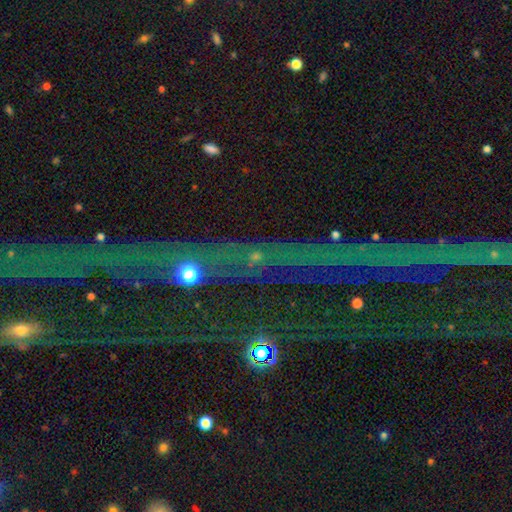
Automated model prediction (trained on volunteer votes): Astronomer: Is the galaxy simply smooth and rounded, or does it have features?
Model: star or artifact — 79%.